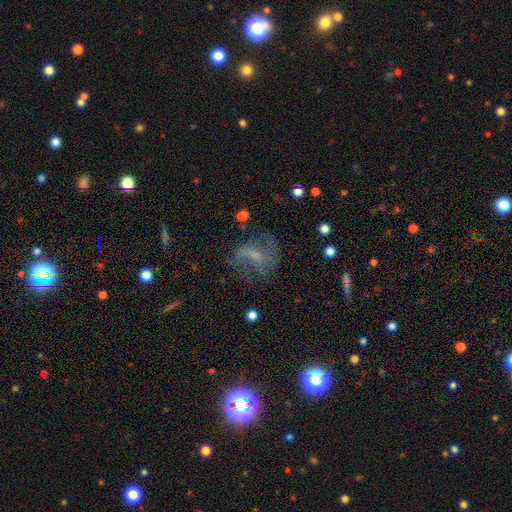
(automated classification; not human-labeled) Q: Smooth or featured?
A: featured or disk (60%); runner-up: smooth (26%)
Q: Edge-on disk?
A: no (96%); runner-up: yes (4%)
Q: Bar?
A: weak (47%); runner-up: no (37%)
Q: Spiral arms?
A: yes (70%); runner-up: no (30%)
Q: Bulge size?
A: small (40%); runner-up: none (34%)
Q: Merging?
A: none (48%); runner-up: major disturbance (29%)